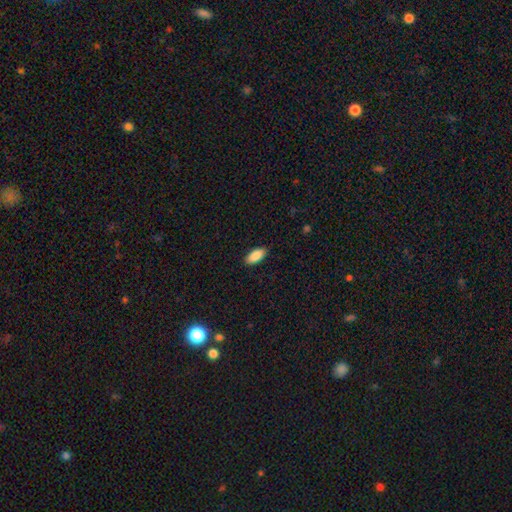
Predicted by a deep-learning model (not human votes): This is clearly a smooth galaxy (89%). How rounded: clearly in between (90%). Merging: clearly none (89%).